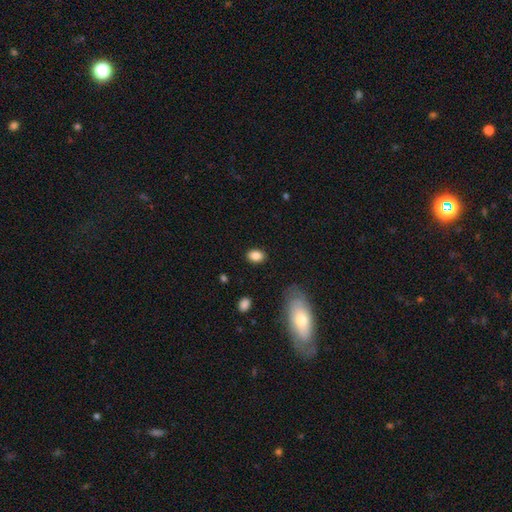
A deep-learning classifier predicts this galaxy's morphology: Q: Smooth or featured?
A: smooth (86%); runner-up: star or artifact (8%)
Q: How rounded?
A: in between (80%); runner-up: round (19%)
Q: Merging?
A: none (86%); runner-up: minor disturbance (10%)